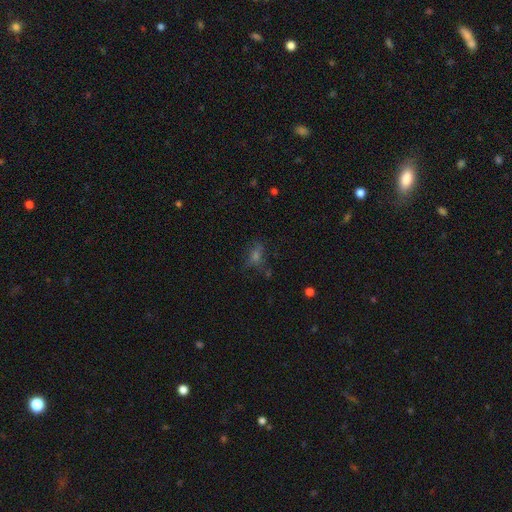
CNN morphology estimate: smooth-or-featured: smooth: 42% | star or artifact: 37% | featured or disk: 21%
  merging: none: 64% | minor disturbance: 19% | major disturbance: 13% | merger: 5%